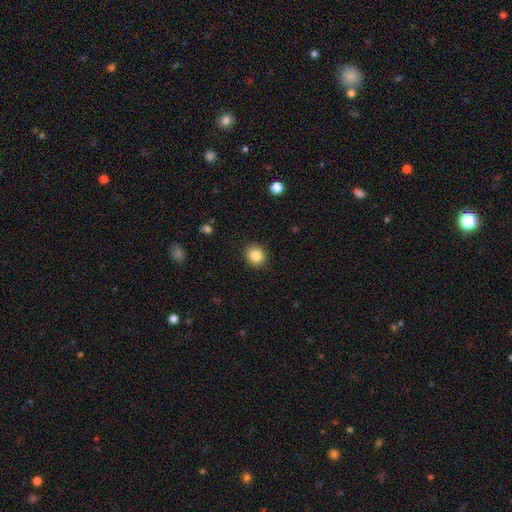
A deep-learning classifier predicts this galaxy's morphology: A smooth galaxy with no disk features (85%) that is round (78%).

Vote fractions:
- Smooth or featured? smooth: 85% / star or artifact: 10% / featured or disk: 6%
- How rounded? round: 78% / in between: 21% / cigar-shaped: 1%
- Merging? none: 90% / minor disturbance: 7% / major disturbance: 2% / merger: 1%